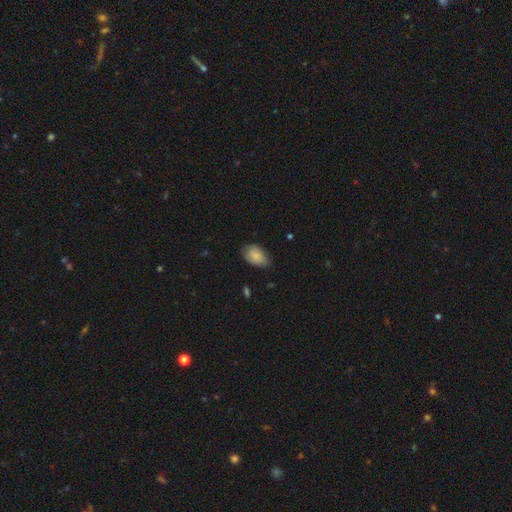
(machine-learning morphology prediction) A smooth galaxy with no disk features (83%) that is in between round and cigar-shaped (86%). Merging: none (62%).